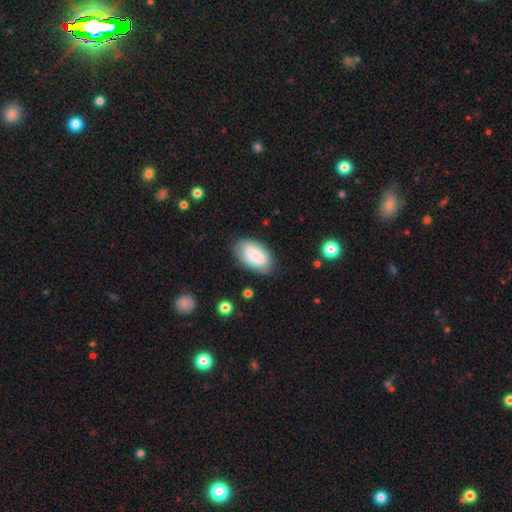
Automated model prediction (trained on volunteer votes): Smooth or featured? Predicted: smooth (p=0.73). How rounded? Predicted: in between (p=0.94). Merging? Predicted: none (p=0.70).